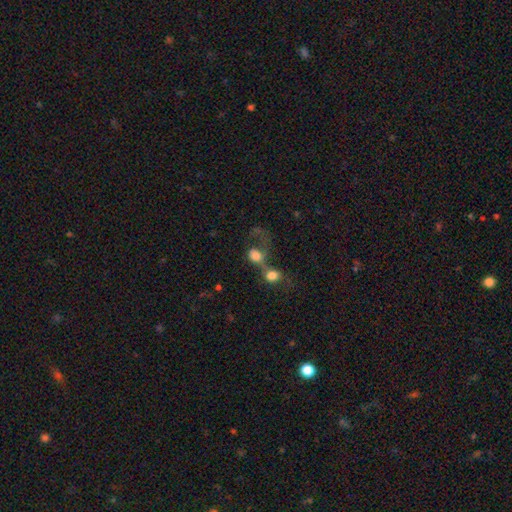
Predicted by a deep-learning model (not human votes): This appears to be a smooth galaxy with no disk features (70%) that is round (60%). Merging: merger (67%).